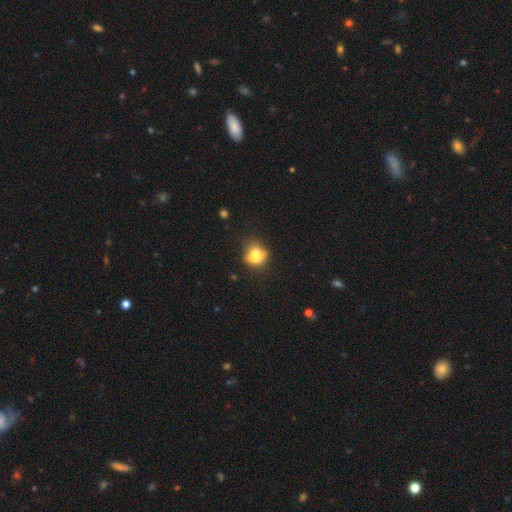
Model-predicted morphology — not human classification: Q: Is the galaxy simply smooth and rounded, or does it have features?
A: smooth — 68%.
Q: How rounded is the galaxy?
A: round — 65%.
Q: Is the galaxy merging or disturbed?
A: merger — 40%.